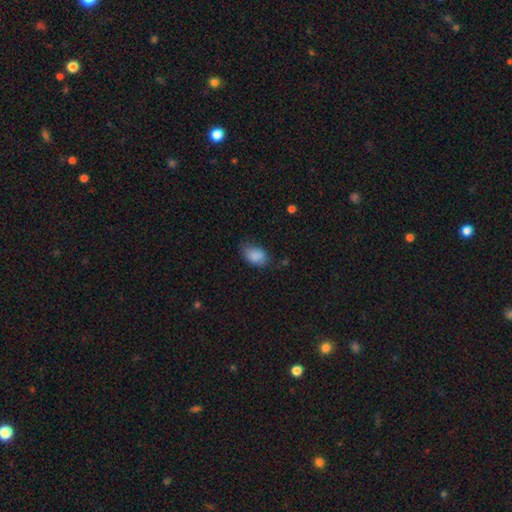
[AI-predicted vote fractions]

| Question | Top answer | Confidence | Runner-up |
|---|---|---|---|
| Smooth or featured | smooth | 86% | star or artifact (8%) |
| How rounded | in between | 87% | round (12%) |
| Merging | none | 62% | minor disturbance (29%) |